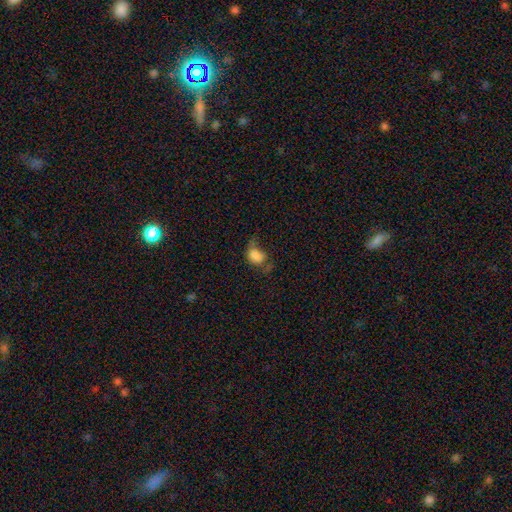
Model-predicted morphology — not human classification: Smooth or featured? smooth (75%)
How rounded? in between (72%)
Merging? major disturbance (38%)